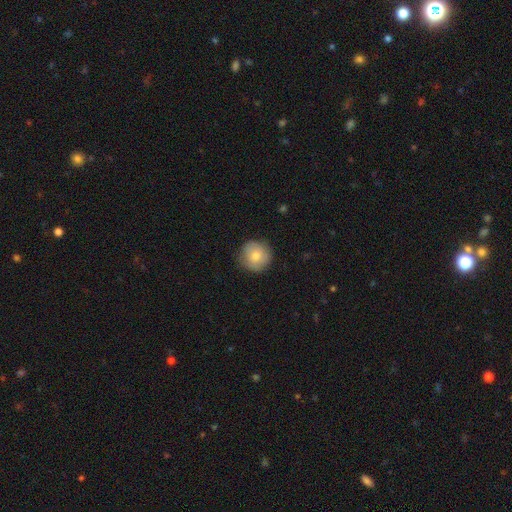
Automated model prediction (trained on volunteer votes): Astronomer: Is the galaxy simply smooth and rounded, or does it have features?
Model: smooth — 79%.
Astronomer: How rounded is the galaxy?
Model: round — 95%.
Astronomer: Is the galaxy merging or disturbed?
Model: none — 85%.